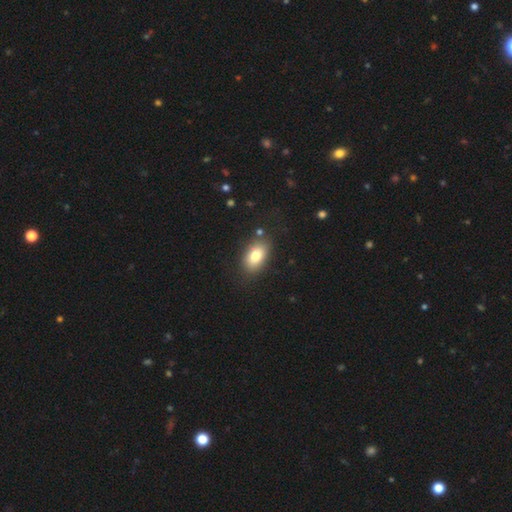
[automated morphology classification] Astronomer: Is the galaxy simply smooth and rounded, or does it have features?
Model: smooth — 80%.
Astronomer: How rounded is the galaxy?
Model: in between — 89%.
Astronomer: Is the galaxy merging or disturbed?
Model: none — 81%.